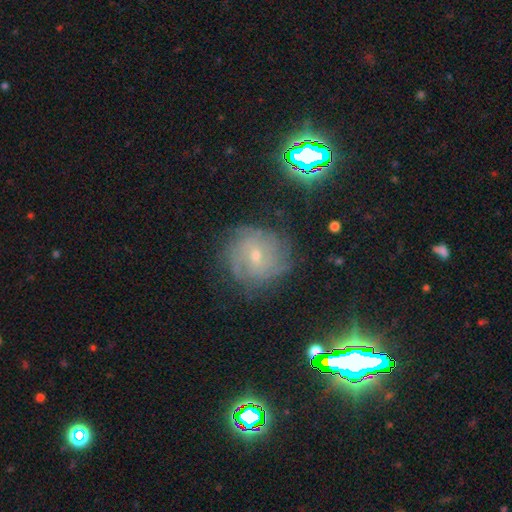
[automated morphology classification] smooth-or-featured: featured or disk: 66% | smooth: 18% | star or artifact: 16%
  disk-edge-on: no: 97% | yes: 3%
    bar: no: 57% | weak: 36% | strong: 7%
    has-spiral-arms: yes: 90% | no: 10%
      spiral-winding: tight: 62% | medium: 28% | loose: 10%
      spiral-arm-count: can't tell: 49% | 3: 14% | 2: 13% | 4: 11% | more than 4: 6% | 1: 6%
    bulge-size: small: 68% | moderate: 28% | none: 2% | large: 1% | dominant: 1%
  merging: none: 75% | minor disturbance: 16% | major disturbance: 7% | merger: 2%